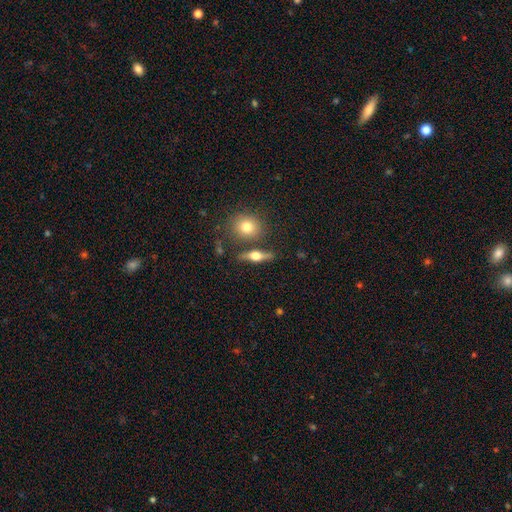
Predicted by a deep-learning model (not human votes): Morphology: type=featured or disk (56%); edge-on=yes (91%); edge-on bulge=rounded (96%); merging=none (79%).